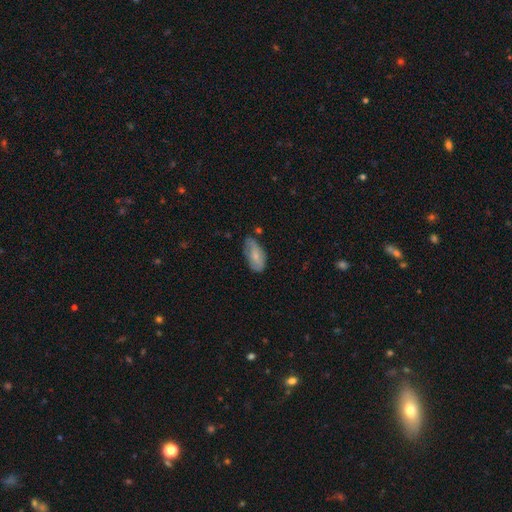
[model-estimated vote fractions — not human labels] Smooth or featured? Predicted: smooth (p=0.69). How rounded? Predicted: in between (p=0.91). Merging? Predicted: none (p=0.51).